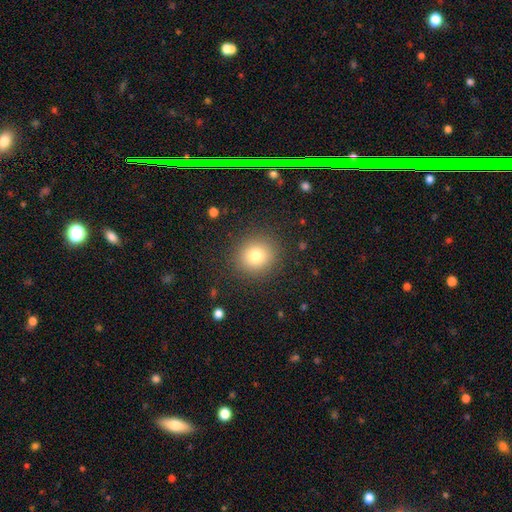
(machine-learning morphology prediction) Smooth or featured?
  - smooth: 79% *
  - star or artifact: 12%
  - featured or disk: 9%
How rounded?
  - round: 87% *
  - in between: 12%
  - cigar-shaped: 1%
Merging?
  - none: 89% *
  - minor disturbance: 7%
  - major disturbance: 3%
  - merger: 1%